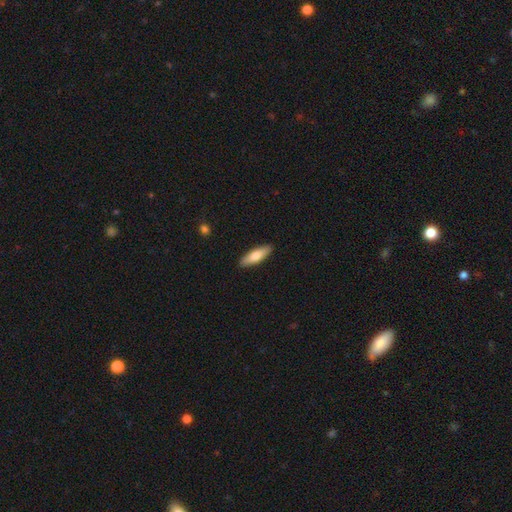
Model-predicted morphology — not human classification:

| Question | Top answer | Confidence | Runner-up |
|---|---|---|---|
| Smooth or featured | smooth | 70% | featured or disk (25%) |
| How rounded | cigar-shaped | 59% | in between (39%) |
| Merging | none | 90% | minor disturbance (7%) |